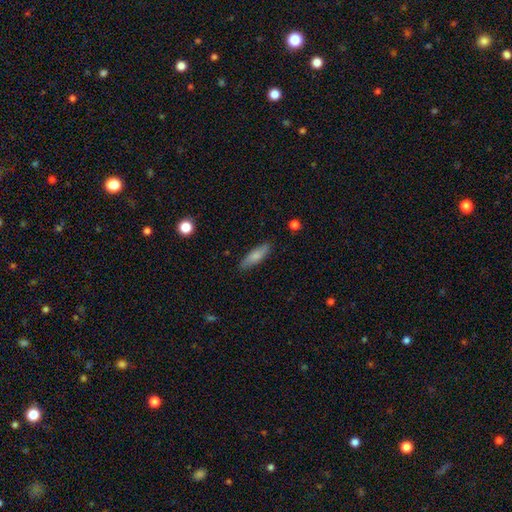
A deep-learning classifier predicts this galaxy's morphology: Smooth or featured? smooth (78%)
How rounded? cigar-shaped (53%)
Merging? none (86%)